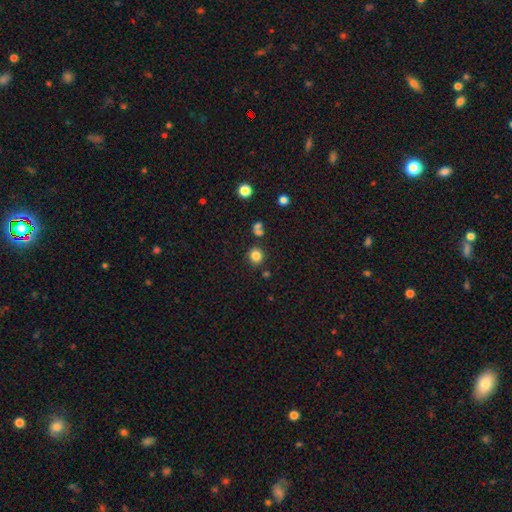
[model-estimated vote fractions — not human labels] A smooth galaxy with no disk features (82%) that is round (83%). Merging: none (80%).